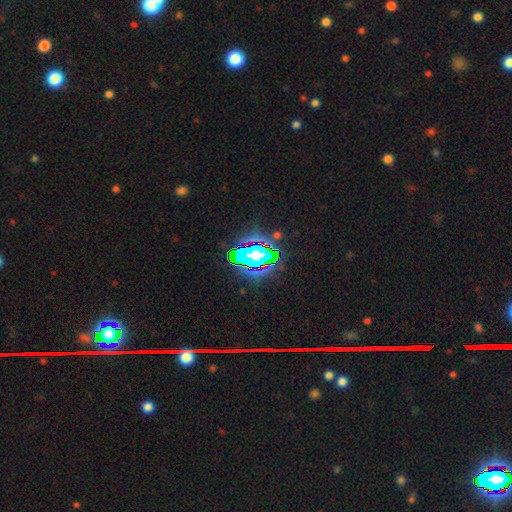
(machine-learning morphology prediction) Smooth or featured?
  - star or artifact: 53% *
  - featured or disk: 24%
  - smooth: 23%